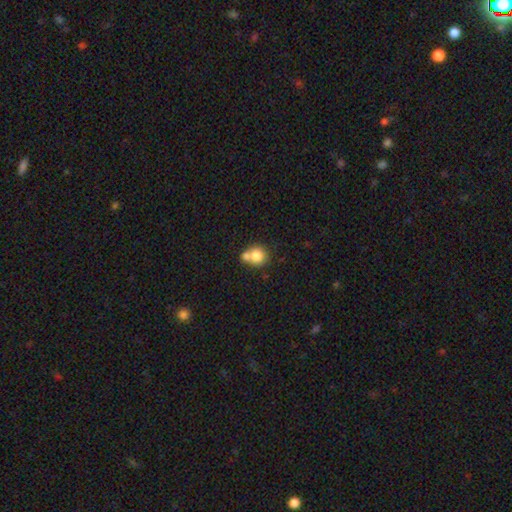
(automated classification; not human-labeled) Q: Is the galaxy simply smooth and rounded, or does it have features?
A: smooth — 78%.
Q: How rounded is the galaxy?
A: round — 84%.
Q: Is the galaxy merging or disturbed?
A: merger — 48%.